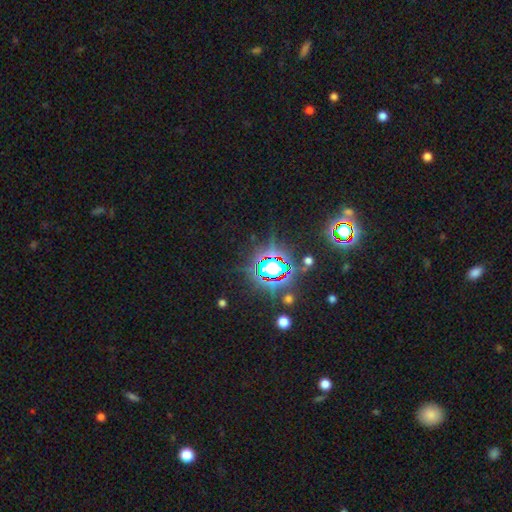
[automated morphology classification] Smooth or featured? star or artifact (81%)